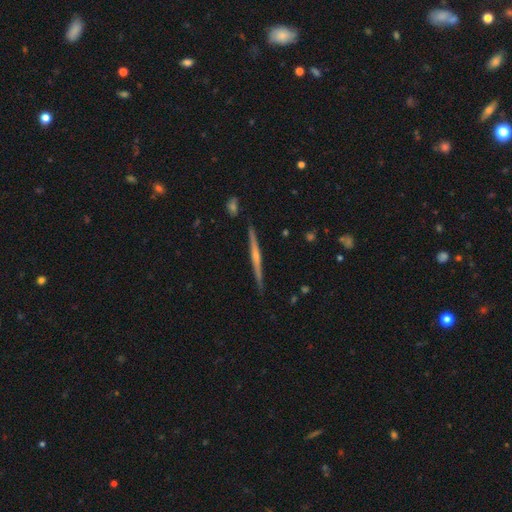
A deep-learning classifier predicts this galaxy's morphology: Smooth or featured: featured or disk — 76% (smooth — 18%)
Edge-on disk: yes — 98% (no — 2%)
Edge-on bulge: rounded — 66% (none — 27%)
Merging: none — 89% (minor disturbance — 8%)